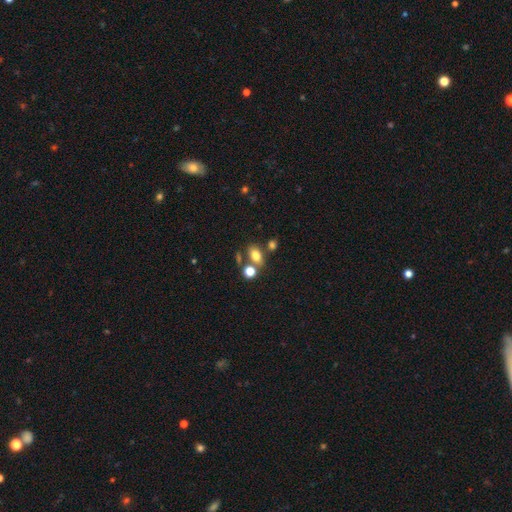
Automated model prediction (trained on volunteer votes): Smooth or featured: smooth — 76% (star or artifact — 13%)
How rounded: in between — 76% (round — 21%)
Merging: none — 61% (merger — 22%)